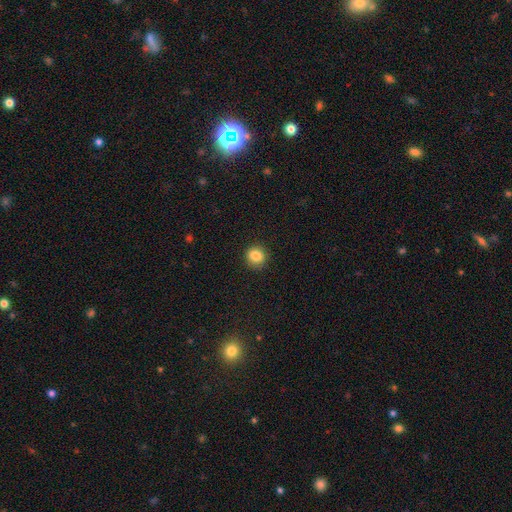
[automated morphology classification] Smooth or featured? Predicted: smooth (p=0.85). How rounded? Predicted: round (p=0.86). Merging? Predicted: none (p=0.89).